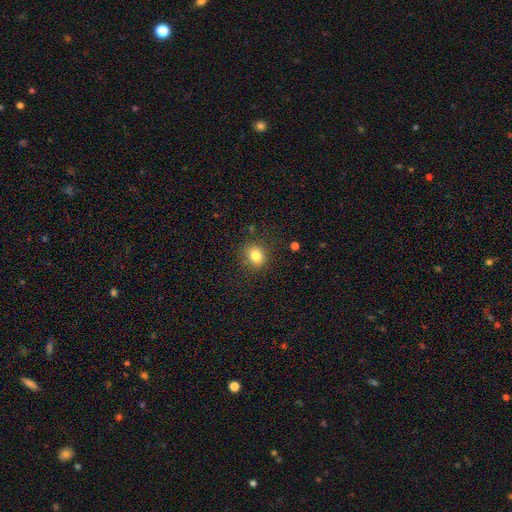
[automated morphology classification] A smooth galaxy with no disk features (82%) that is round (70%).

Vote fractions:
- Smooth or featured? smooth: 82% / star or artifact: 12% / featured or disk: 7%
- How rounded? round: 70% / in between: 29% / cigar-shaped: 1%
- Merging? none: 81% / minor disturbance: 13% / major disturbance: 4% / merger: 2%